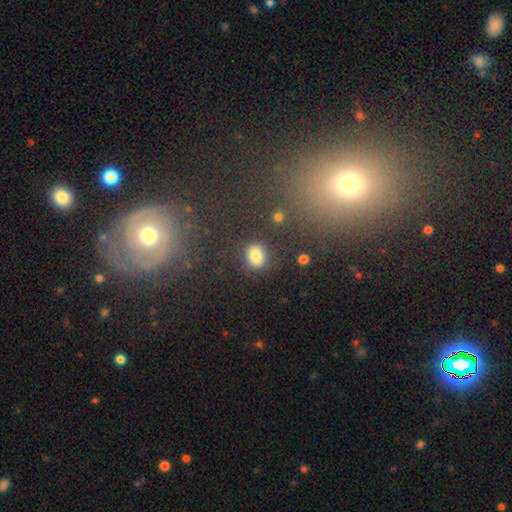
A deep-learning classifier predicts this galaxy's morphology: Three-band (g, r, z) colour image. It shows a smooth galaxy with no disk features (81%) that is in between round and cigar-shaped (55%). Merging: none (77%).